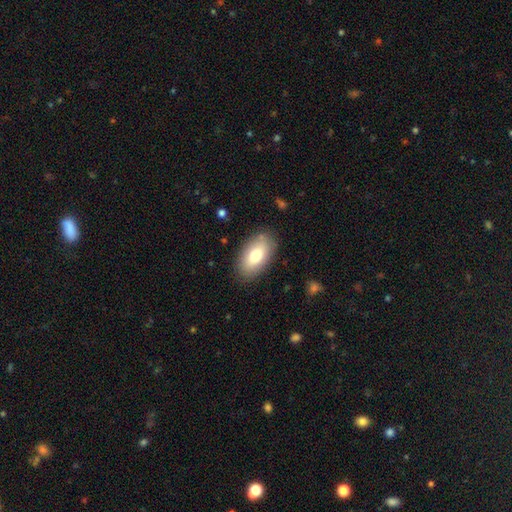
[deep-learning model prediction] Smooth or featured? smooth (76%)
How rounded? in between (94%)
Merging? none (84%)